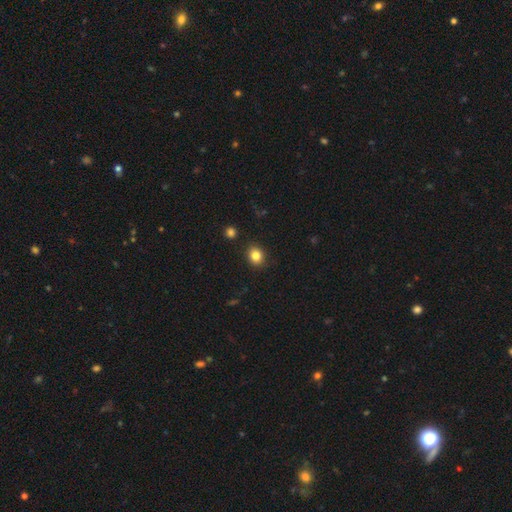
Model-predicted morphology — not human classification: smooth_or_featured: smooth (p=0.83) [alt: star or artifact p=0.11]
how_rounded: round (p=0.65) [alt: in between p=0.34]
merging: none (p=0.88) [alt: minor disturbance p=0.09]